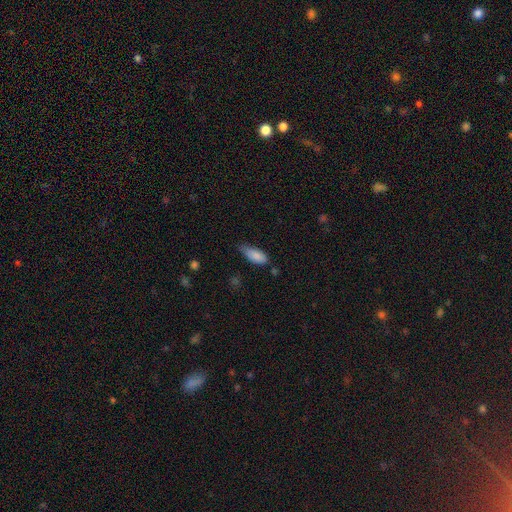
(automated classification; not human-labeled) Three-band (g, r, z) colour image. It shows a smooth galaxy with no disk features (86%) that is in between round and cigar-shaped (84%). Merging: none (45%).